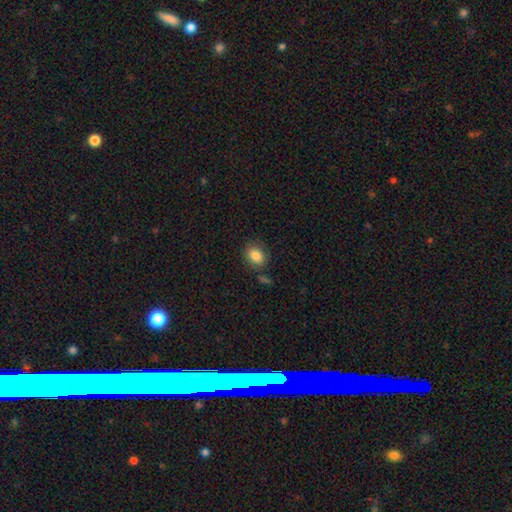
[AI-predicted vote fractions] Overall: smooth (85%). How rounded: in between (58%; round 40%). Merging: none (76%).